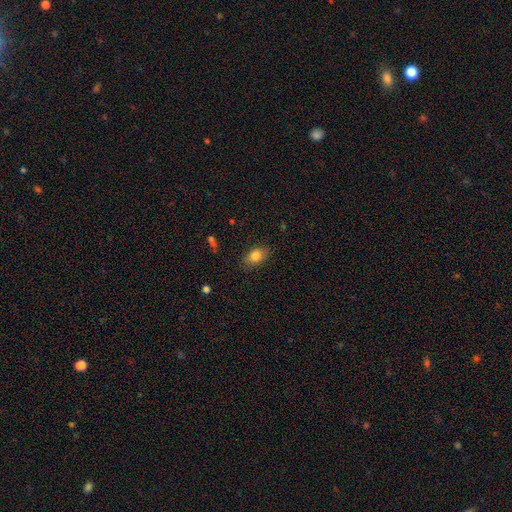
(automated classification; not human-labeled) Overall: smooth (82%). How rounded: in between (84%). Merging: none (83%).